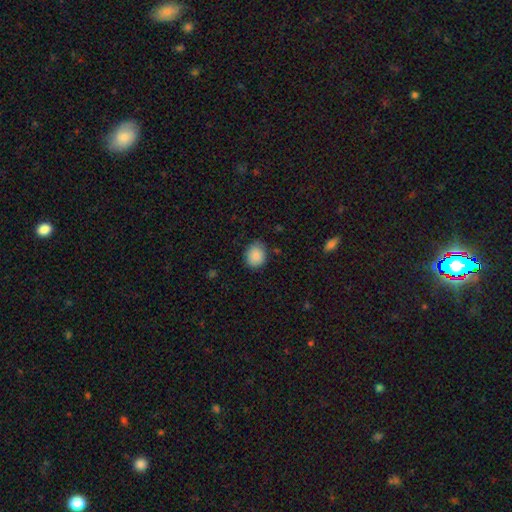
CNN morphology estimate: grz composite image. It shows a smooth galaxy with no disk features (88%) that is round (67%). Merging: none (79%).